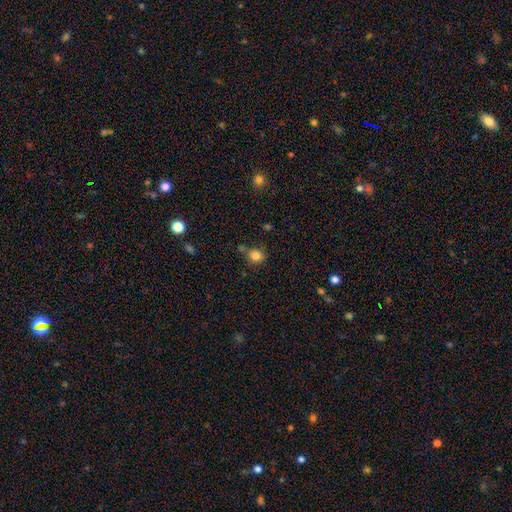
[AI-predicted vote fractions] A smooth galaxy with no disk features (82%) that is round (79%).

Vote fractions:
- Smooth or featured? smooth: 82% / star or artifact: 12% / featured or disk: 6%
- How rounded? round: 79% / in between: 20% / cigar-shaped: 1%
- Merging? none: 63% / minor disturbance: 19% / merger: 13% / major disturbance: 6%